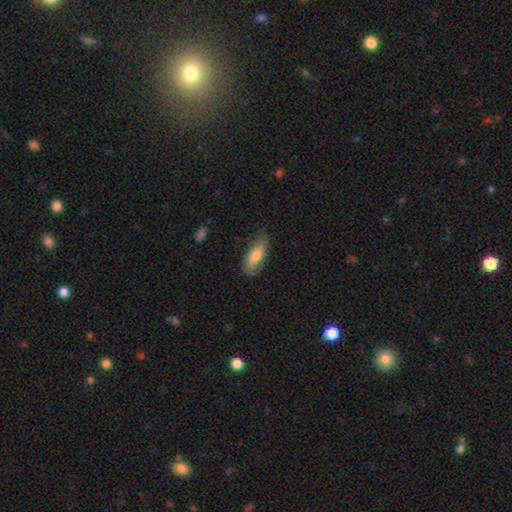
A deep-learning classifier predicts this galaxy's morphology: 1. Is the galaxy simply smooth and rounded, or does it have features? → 70% smooth, 24% featured or disk, 6% star or artifact.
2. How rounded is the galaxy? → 68% in between, 29% cigar-shaped, 2% round.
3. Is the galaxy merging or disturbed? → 72% none, 22% minor disturbance, 5% major disturbance, 1% merger.